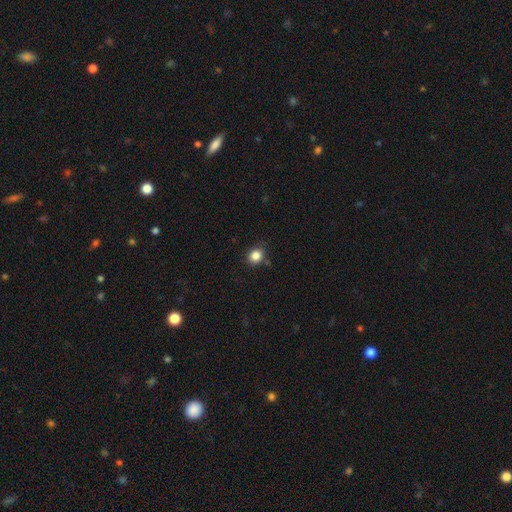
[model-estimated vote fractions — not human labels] smooth-or-featured: smooth: 84% | star or artifact: 11% | featured or disk: 4%
  how-rounded: round: 70% | in between: 29% | cigar-shaped: 1%
  merging: none: 81% | minor disturbance: 13% | major disturbance: 3% | merger: 3%